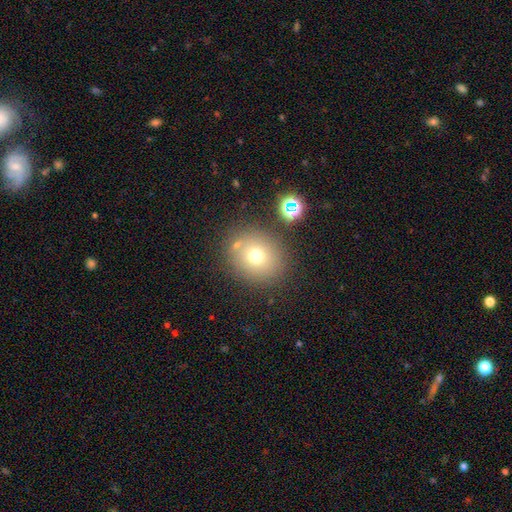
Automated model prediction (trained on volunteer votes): Morphology: type=smooth (70%); roundness=round (82%); merging=none (78%).